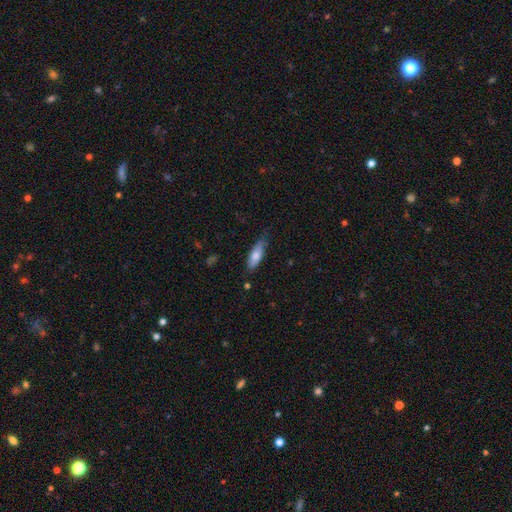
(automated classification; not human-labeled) Smooth or featured? smooth (74%)
How rounded? in between (57%)
Merging? none (70%)